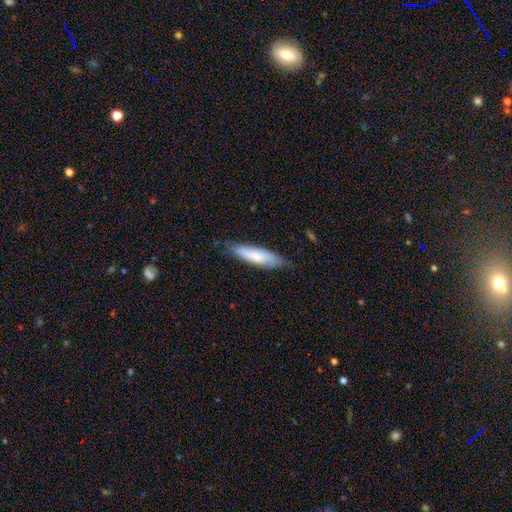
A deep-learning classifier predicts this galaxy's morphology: The model was most divided on "how rounded": cigar-shaped: 65%, in between: 34%, round: 1%. More confident: merging — none (68%); smooth or featured — smooth (66%).